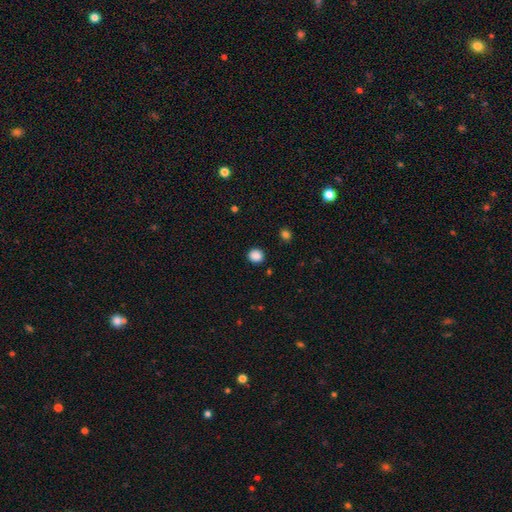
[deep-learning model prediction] A smooth galaxy with no disk features (87%) that is round (83%). Merging: none (89%).